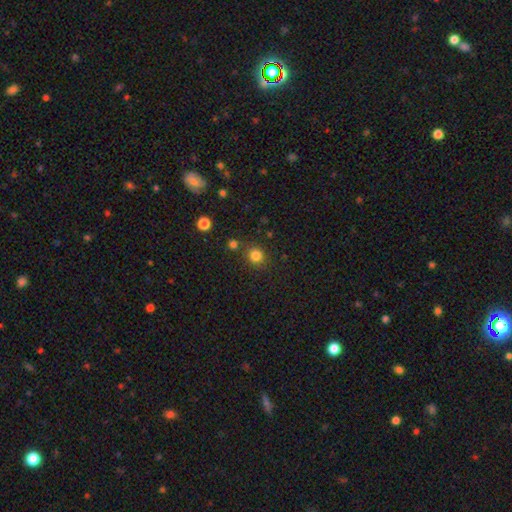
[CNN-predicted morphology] smooth 82%, star or artifact 13%, featured or disk 5%. Down the decision tree: how rounded — round (86%); merging — none (80%).